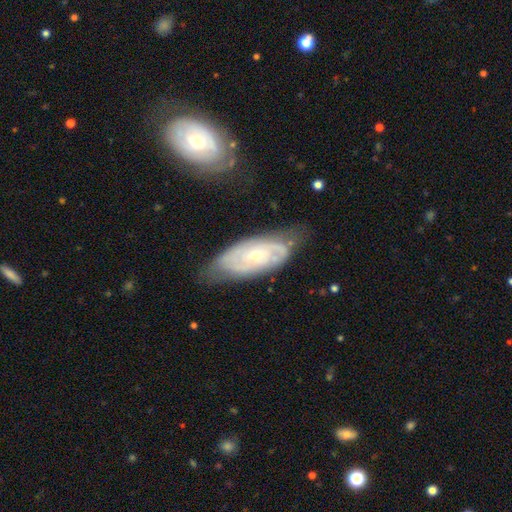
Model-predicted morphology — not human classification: A featured or disk galaxy (76%) with no bar (73%), tight (65%) spiral arms (87%) and a small central bulge (61%).

Vote fractions:
- Smooth or featured? featured or disk: 76% / smooth: 18% / star or artifact: 6%
- Edge-on disk? no: 92% / yes: 8%
- Bar? no: 73% / weak: 23% / strong: 4%
- Spiral arms? yes: 87% / no: 13%
- Spiral winding? tight: 65% / medium: 28% / loose: 8%
- Spiral arm count? can't tell: 46% / 2: 32% / 3: 11% / 4: 4% / 1: 4% / more than 4: 3%
- Bulge size? small: 61% / moderate: 35% / large: 1% / none: 1% / dominant: 1%
- Merging? none: 64% / minor disturbance: 25% / major disturbance: 7% / merger: 3%